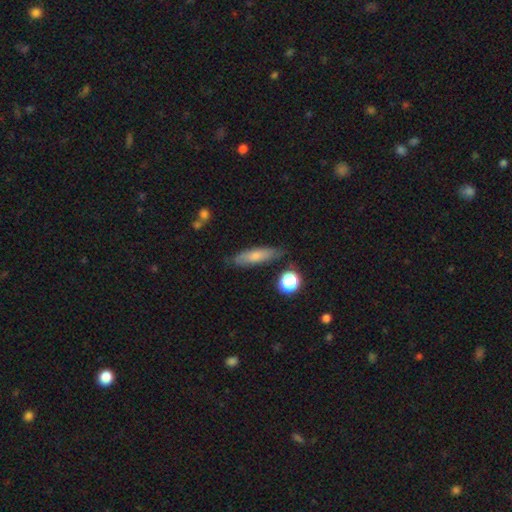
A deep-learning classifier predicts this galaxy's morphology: Smooth or featured?
  - smooth: 65% *
  - featured or disk: 26%
  - star or artifact: 8%
How rounded?
  - cigar-shaped: 67% *
  - in between: 30%
  - round: 3%
Merging?
  - none: 80% *
  - minor disturbance: 14%
  - major disturbance: 3%
  - merger: 3%